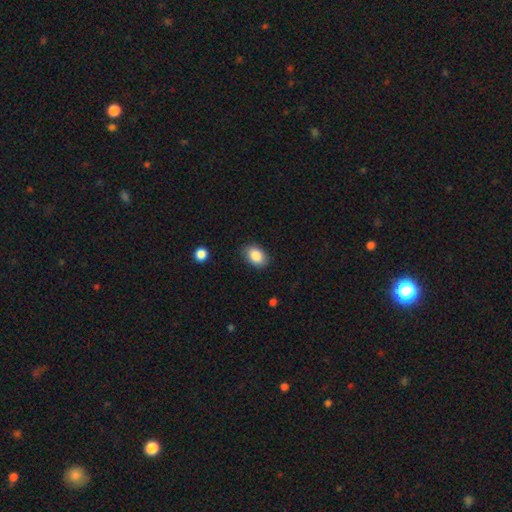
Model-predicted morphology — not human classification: smooth-or-featured: smooth: 86% | star or artifact: 8% | featured or disk: 6%
  how-rounded: in between: 81% | round: 18% | cigar-shaped: 1%
  merging: none: 85% | minor disturbance: 12% | major disturbance: 2% | merger: 1%